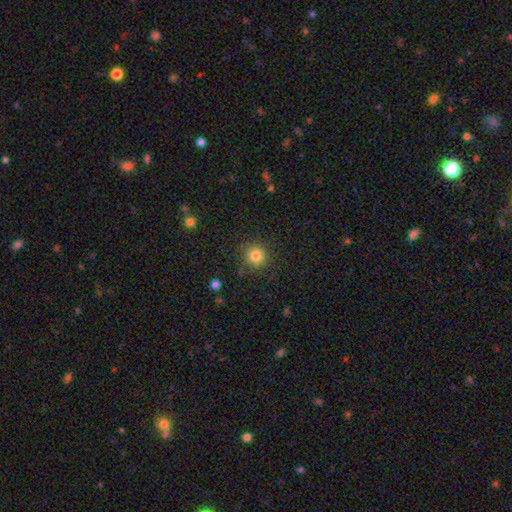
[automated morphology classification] This appears to be a smooth galaxy with no disk features (83%) that is round (93%). Merging: none (86%).